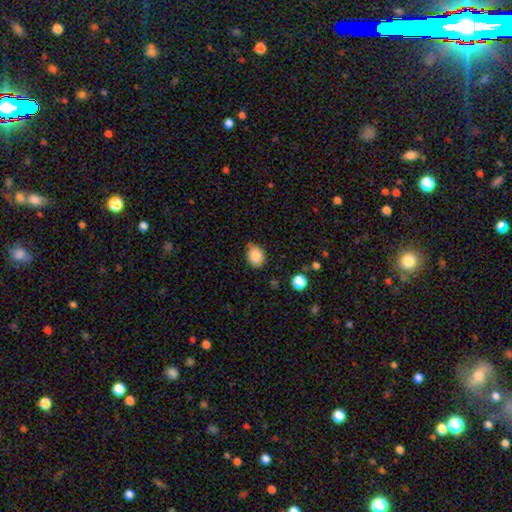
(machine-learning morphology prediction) A smooth galaxy with no disk features (86%) that is in between round and cigar-shaped (55%).

Vote fractions:
- Smooth or featured? smooth: 86% / star or artifact: 9% / featured or disk: 5%
- How rounded? in between: 55% / round: 44% / cigar-shaped: 1%
- Merging? none: 74% / minor disturbance: 21% / major disturbance: 3% / merger: 2%